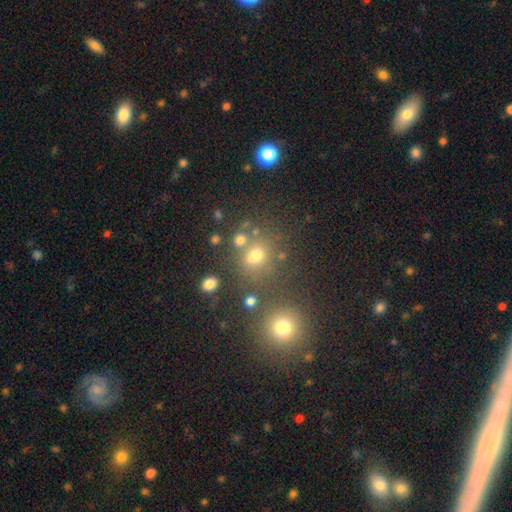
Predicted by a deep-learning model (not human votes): This is likely a smooth galaxy (65%). How rounded: likely round (73%). Merging: likely none (63%).